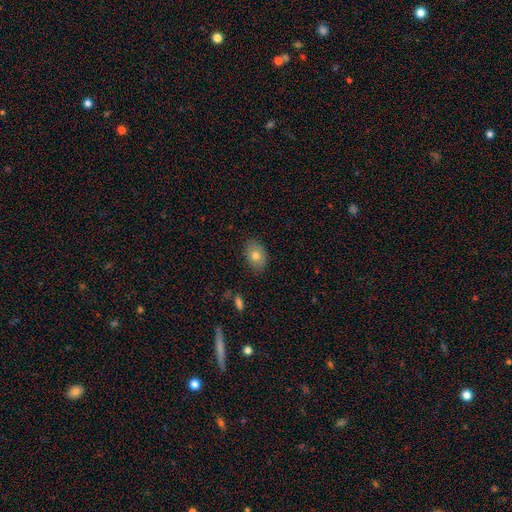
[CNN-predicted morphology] A smooth galaxy with no disk features (76%) that is in between round and cigar-shaped (81%). Merging: none (85%).